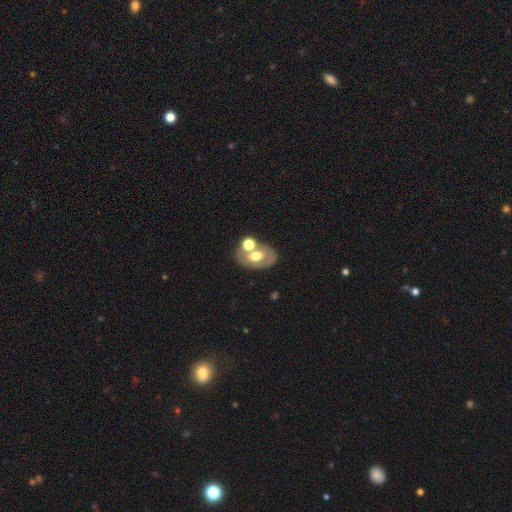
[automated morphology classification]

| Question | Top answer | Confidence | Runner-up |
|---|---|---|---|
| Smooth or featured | smooth | 46% | featured or disk (45%) |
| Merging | none | 52% | merger (27%) |